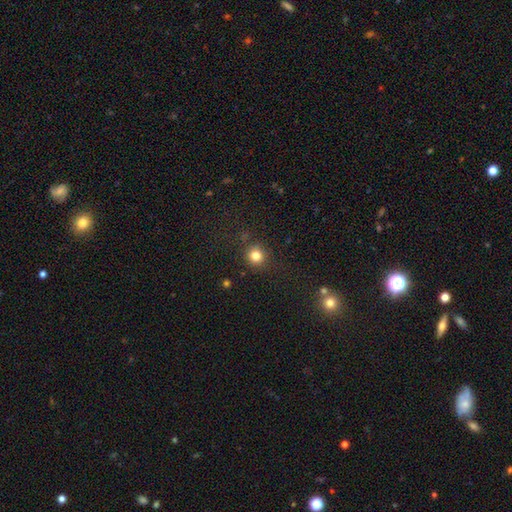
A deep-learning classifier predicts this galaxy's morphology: A smooth galaxy with no disk features (81%) that is round (91%). Merging: none (85%).